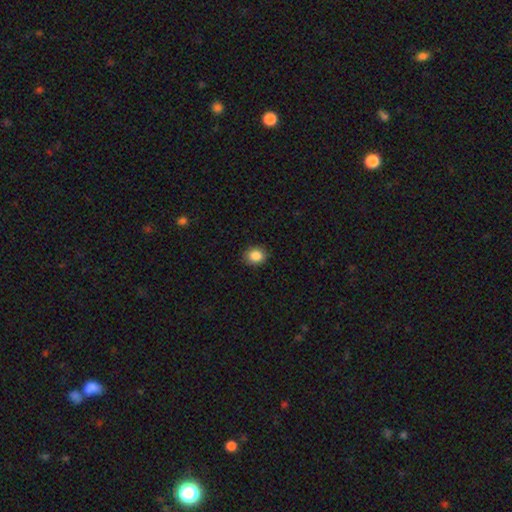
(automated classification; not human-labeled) smooth 87%, star or artifact 9%, featured or disk 4%. Down the decision tree: how rounded — round (58%); merging — none (86%).